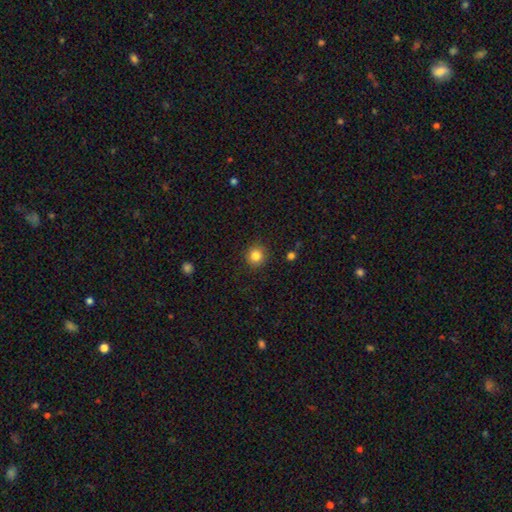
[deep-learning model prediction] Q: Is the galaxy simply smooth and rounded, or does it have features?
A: smooth — 84%.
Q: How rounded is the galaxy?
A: round — 92%.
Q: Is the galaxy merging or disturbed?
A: none — 90%.